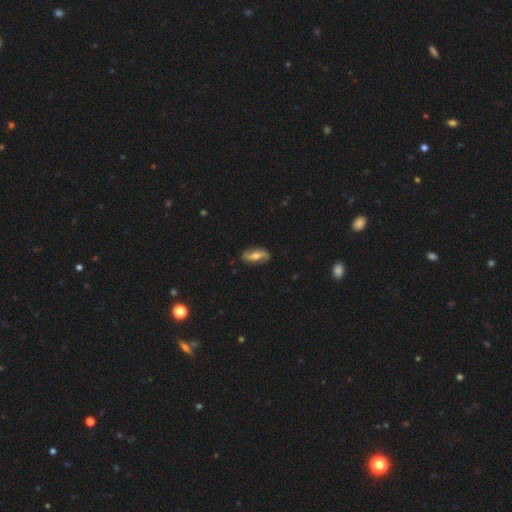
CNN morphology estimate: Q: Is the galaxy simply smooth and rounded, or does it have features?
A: featured or disk — 72%.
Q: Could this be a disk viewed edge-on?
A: no — 89%.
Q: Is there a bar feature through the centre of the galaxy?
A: weak — 35%, tied with no.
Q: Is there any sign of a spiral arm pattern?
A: yes — 91%.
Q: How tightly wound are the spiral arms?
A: loose — 59%.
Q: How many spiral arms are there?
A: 2 — 92%.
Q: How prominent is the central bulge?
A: moderate — 64%.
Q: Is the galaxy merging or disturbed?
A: none — 84%.